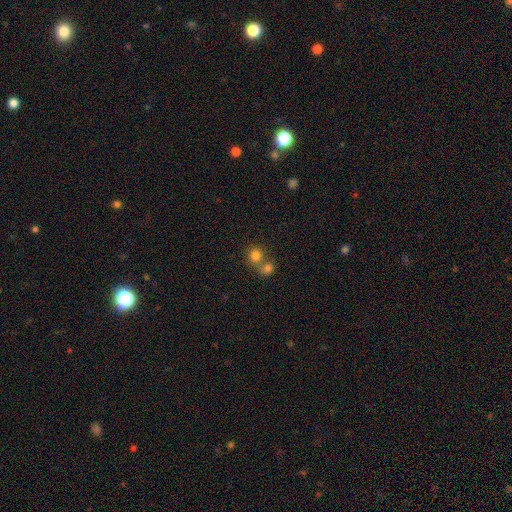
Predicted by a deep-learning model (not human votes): Smooth or featured? smooth (79%)
How rounded? round (84%)
Merging? merger (48%)